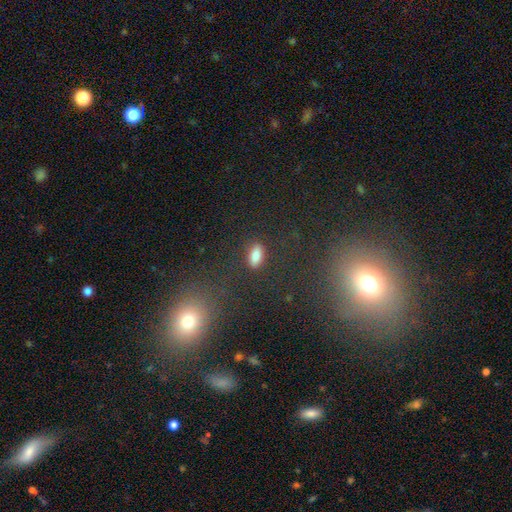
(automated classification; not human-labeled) A smooth galaxy with no disk features (80%) that is in between round and cigar-shaped (84%).

Vote fractions:
- Smooth or featured? smooth: 80% / star or artifact: 12% / featured or disk: 8%
- How rounded? in between: 84% / cigar-shaped: 11% / round: 6%
- Merging? none: 86% / minor disturbance: 9% / major disturbance: 3% / merger: 2%